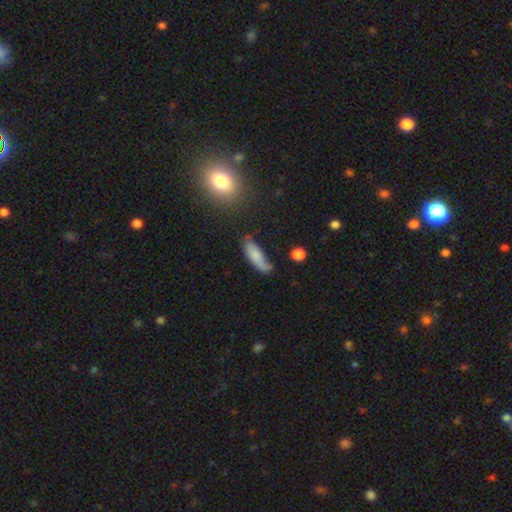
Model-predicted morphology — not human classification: Smooth or featured? smooth (69%)
How rounded? in between (54%)
Merging? none (48%)